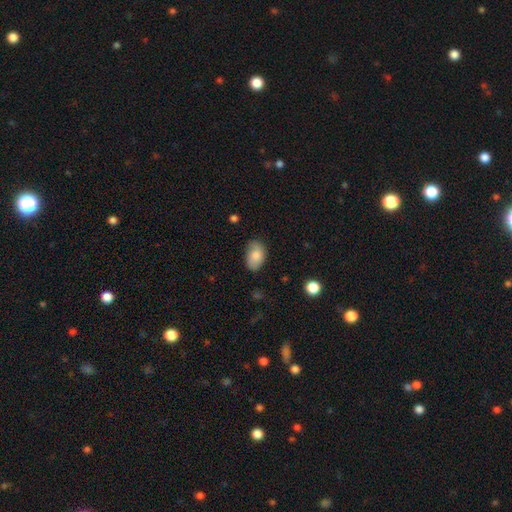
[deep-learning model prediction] smooth_or_featured: smooth (p=0.82) [alt: featured or disk p=0.11]
how_rounded: in between (p=0.90) [alt: round p=0.09]
merging: none (p=0.71) [alt: minor disturbance p=0.23]